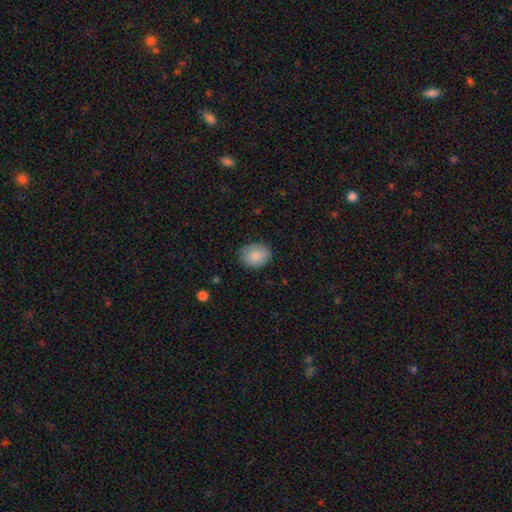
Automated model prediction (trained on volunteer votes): smooth-or-featured: smooth: 85% | featured or disk: 8% | star or artifact: 7%
  how-rounded: in between: 52% | round: 47% | cigar-shaped: 1%
  merging: none: 82% | minor disturbance: 14% | major disturbance: 3% | merger: 1%